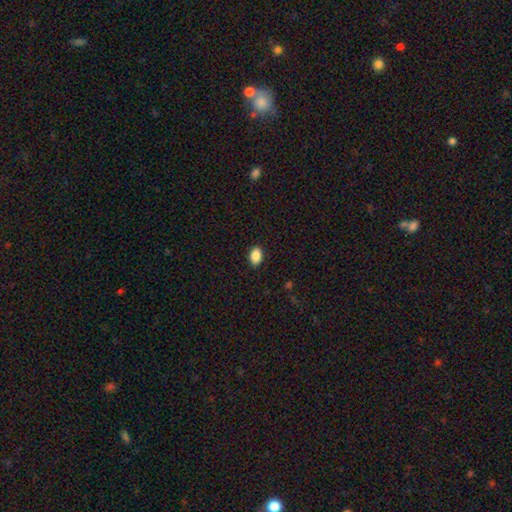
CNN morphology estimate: A smooth galaxy with no disk features (88%) that is in between round and cigar-shaped (86%).

Vote fractions:
- Smooth or featured? smooth: 88% / star or artifact: 8% / featured or disk: 3%
- How rounded? in between: 86% / round: 13% / cigar-shaped: 1%
- Merging? none: 89% / minor disturbance: 8% / major disturbance: 2% / merger: 1%